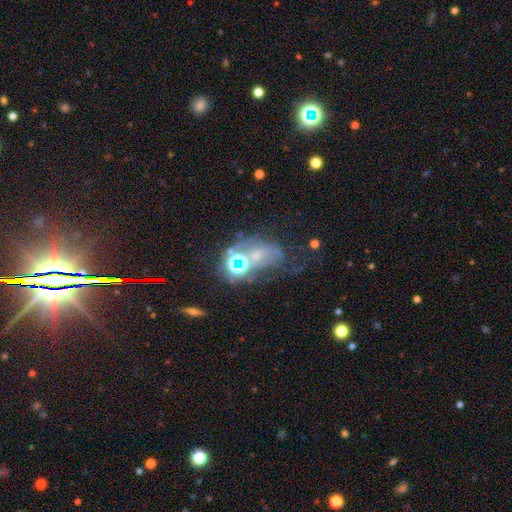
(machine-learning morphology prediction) The model was most divided on "smooth or featured": star or artifact: 43%, featured or disk: 35%, smooth: 21%.